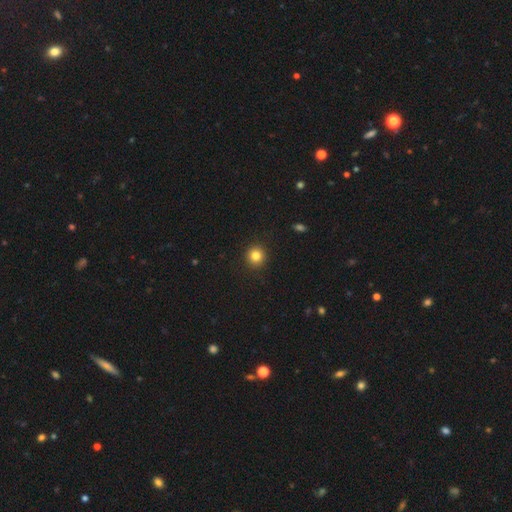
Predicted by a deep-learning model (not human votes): smooth_or_featured: smooth (p=0.83) [alt: star or artifact p=0.12]
how_rounded: round (p=0.94) [alt: in between p=0.05]
merging: none (p=0.92) [alt: minor disturbance p=0.05]